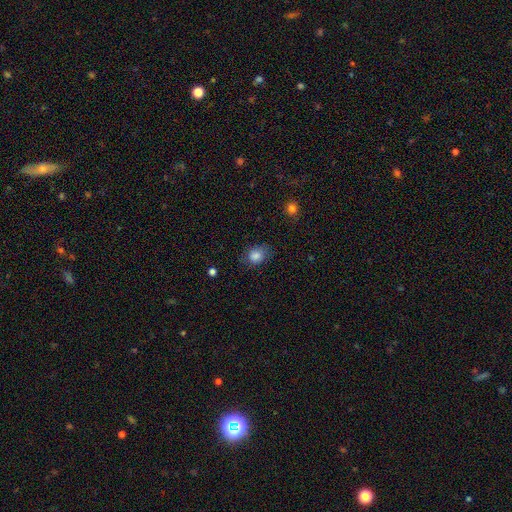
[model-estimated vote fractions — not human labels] A smooth galaxy with no disk features (83%) that is in between round and cigar-shaped (53%).

Vote fractions:
- Smooth or featured? smooth: 83% / star or artifact: 9% / featured or disk: 8%
- How rounded? in between: 53% / round: 46% / cigar-shaped: 1%
- Merging? none: 70% / minor disturbance: 22% / major disturbance: 7% / merger: 1%